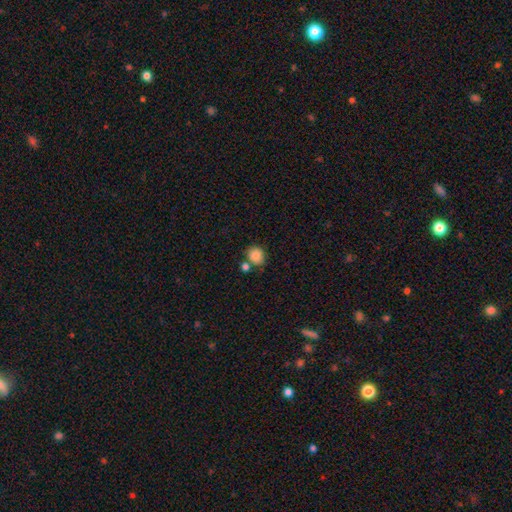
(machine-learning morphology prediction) type=smooth (86%); roundness=round (78%); merging=none (67%).